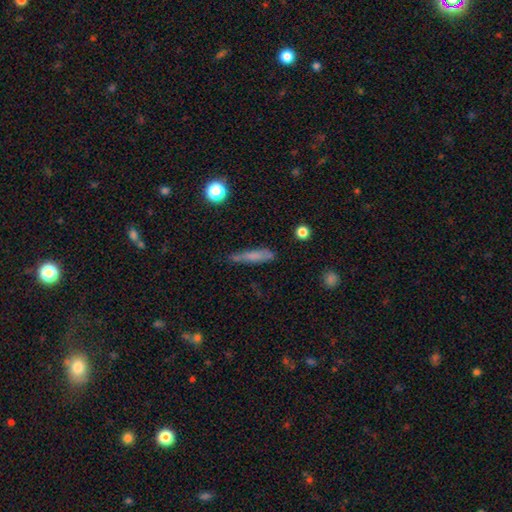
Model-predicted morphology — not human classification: A smooth galaxy with no disk features (71%) that is cigar-shaped (81%).

Vote fractions:
- Smooth or featured? smooth: 71% / featured or disk: 20% / star or artifact: 10%
- How rounded? cigar-shaped: 81% / in between: 16% / round: 3%
- Merging? none: 60% / minor disturbance: 27% / major disturbance: 8% / merger: 5%